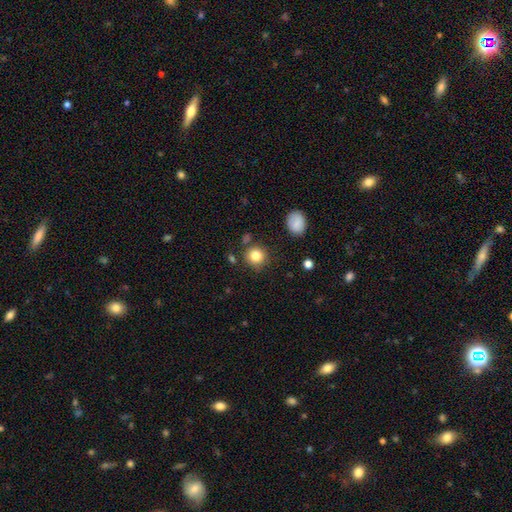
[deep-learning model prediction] Q: Smooth or featured?
A: smooth (82%); runner-up: star or artifact (11%)
Q: How rounded?
A: round (90%); runner-up: in between (9%)
Q: Merging?
A: none (82%); runner-up: minor disturbance (10%)